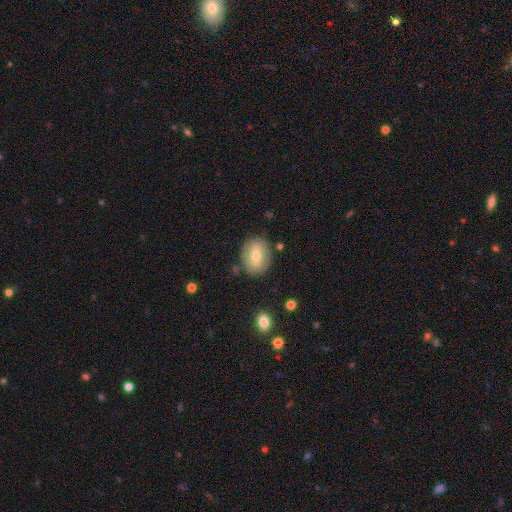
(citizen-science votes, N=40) Smooth or featured? smooth (65%)
How rounded? in between (65%)
Merging? none (72%)